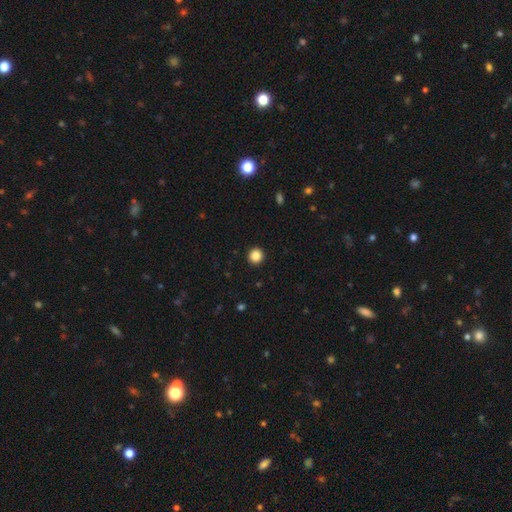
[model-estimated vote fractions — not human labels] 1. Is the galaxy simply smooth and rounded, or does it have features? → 87% smooth, 10% star or artifact, 3% featured or disk.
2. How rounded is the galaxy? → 95% round, 4% in between, 1% cigar-shaped.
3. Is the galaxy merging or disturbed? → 94% none, 4% minor disturbance, 1% major disturbance, 1% merger.